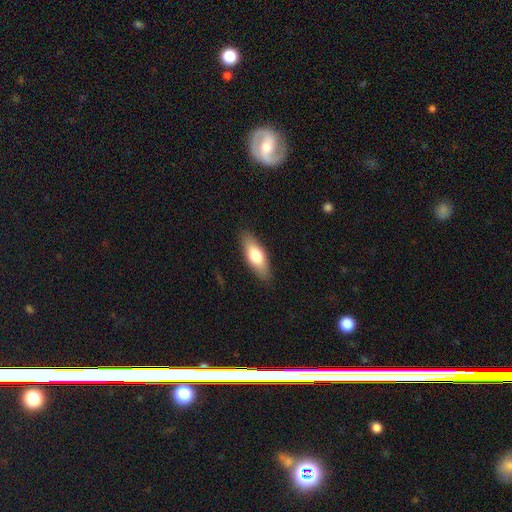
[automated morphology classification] A smooth galaxy with no disk features (70%) that is in between round and cigar-shaped (70%). Merging: none (87%).